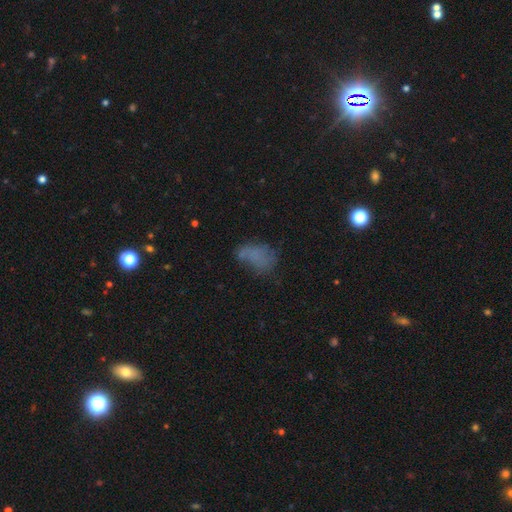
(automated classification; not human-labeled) A smooth galaxy with no disk features (62%) that is in between round and cigar-shaped (84%).

Vote fractions:
- Smooth or featured? smooth: 62% / featured or disk: 21% / star or artifact: 18%
- How rounded? in between: 84% / round: 13% / cigar-shaped: 3%
- Merging? none: 42% / minor disturbance: 27% / major disturbance: 24% / merger: 7%